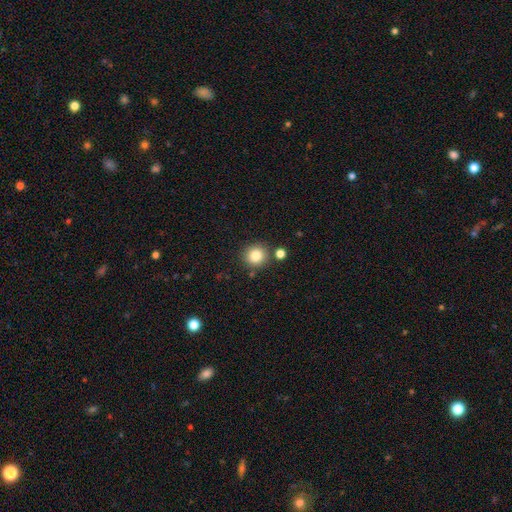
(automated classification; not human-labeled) Q: Smooth or featured?
A: smooth (82%); runner-up: star or artifact (11%)
Q: How rounded?
A: round (92%); runner-up: in between (7%)
Q: Merging?
A: none (83%); runner-up: minor disturbance (8%)